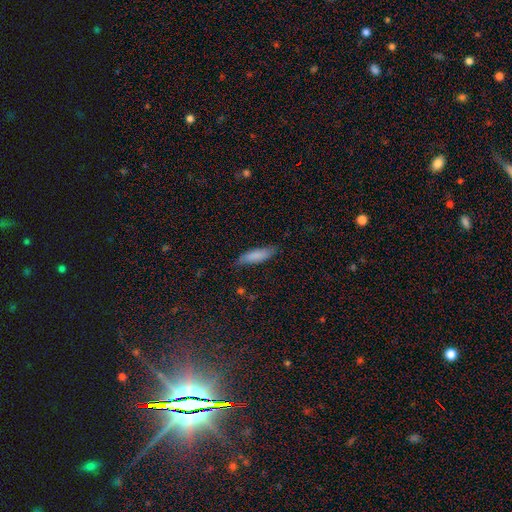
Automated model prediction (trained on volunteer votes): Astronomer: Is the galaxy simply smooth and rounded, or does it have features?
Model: smooth — 82%.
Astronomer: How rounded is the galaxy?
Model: cigar-shaped — 61% (runner-up: in between, 38%).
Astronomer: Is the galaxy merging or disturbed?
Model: none — 79%.